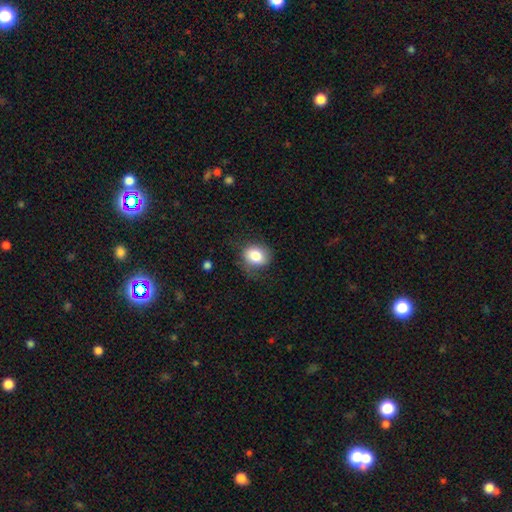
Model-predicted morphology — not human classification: type=smooth (81%); roundness=round (60%); merging=none (70%).